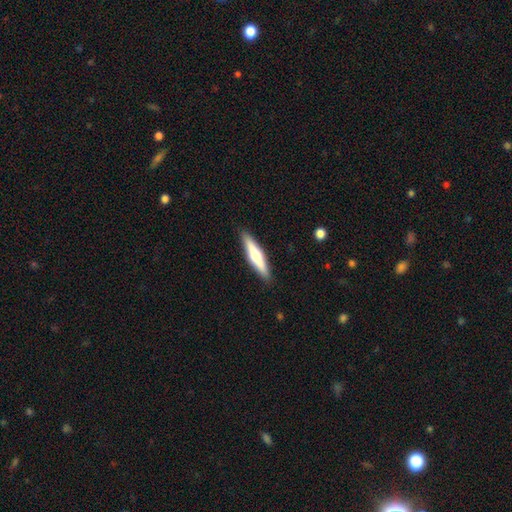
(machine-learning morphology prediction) Smooth or featured? Predicted: featured or disk (p=0.51). Edge-on disk? Predicted: yes (p=0.95). Merging? Predicted: none (p=0.90).